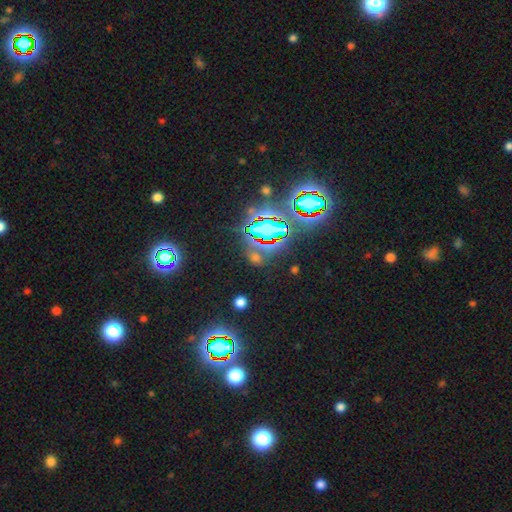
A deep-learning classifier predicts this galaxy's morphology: Smooth or featured: star or artifact — 71% (smooth — 19%)